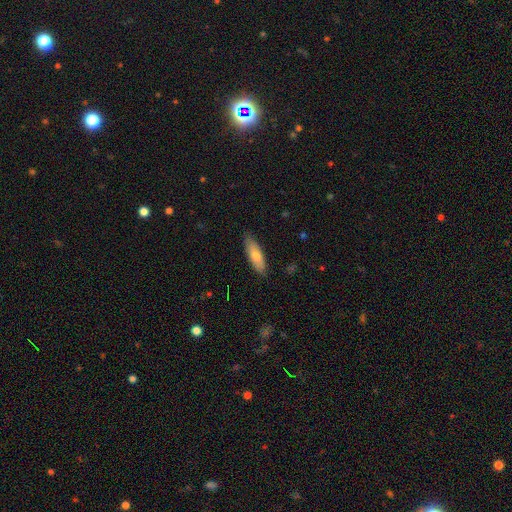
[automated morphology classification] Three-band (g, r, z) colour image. It shows a smooth galaxy with no disk features (72%) that is cigar-shaped (51%). Merging: none (84%).